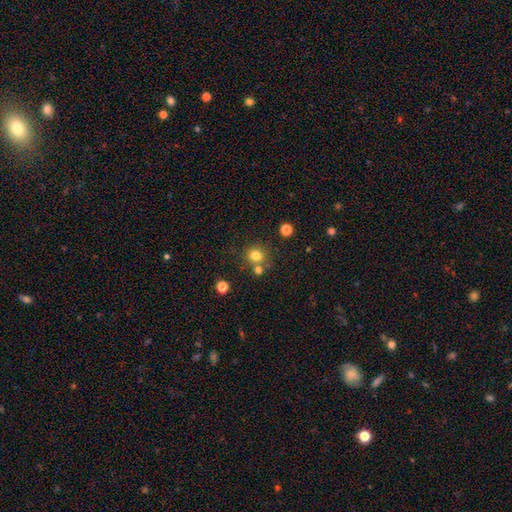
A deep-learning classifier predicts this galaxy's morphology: This appears to be a smooth galaxy with no disk features (78%) that is round (89%). Merging: none (69%).